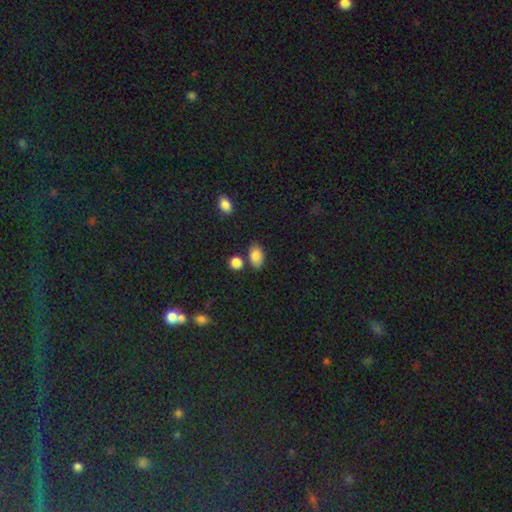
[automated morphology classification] The model was most divided on "merging": none: 73%, minor disturbance: 15%, merger: 8%, major disturbance: 4%. More confident: how rounded — in between (89%); smooth or featured — smooth (84%).